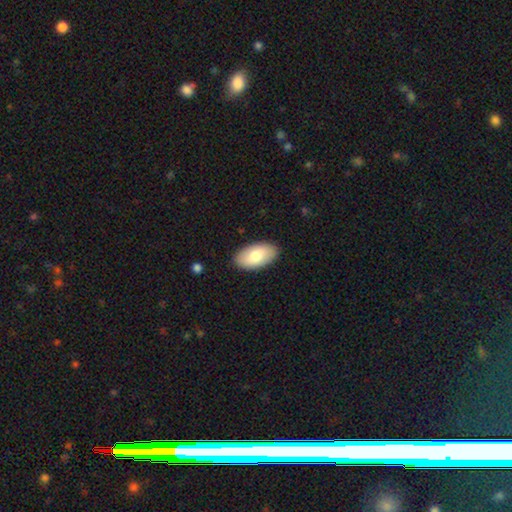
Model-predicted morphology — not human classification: smooth-or-featured: smooth: 77% | featured or disk: 17% | star or artifact: 5%
  how-rounded: in between: 95% | round: 3% | cigar-shaped: 2%
  merging: none: 88% | minor disturbance: 9% | major disturbance: 2% | merger: 1%